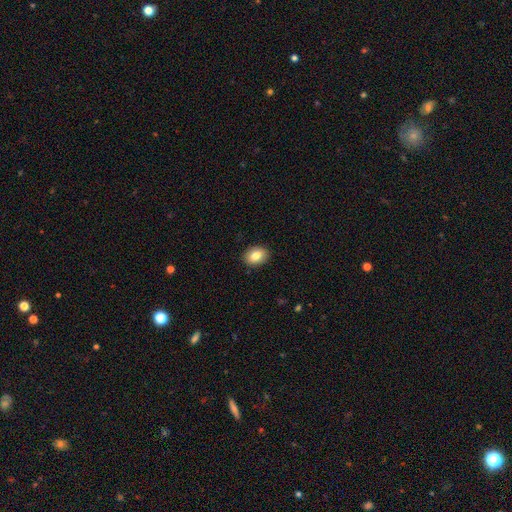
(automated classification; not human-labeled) Morphology: type=smooth (83%); roundness=in between (68%); merging=none (91%).